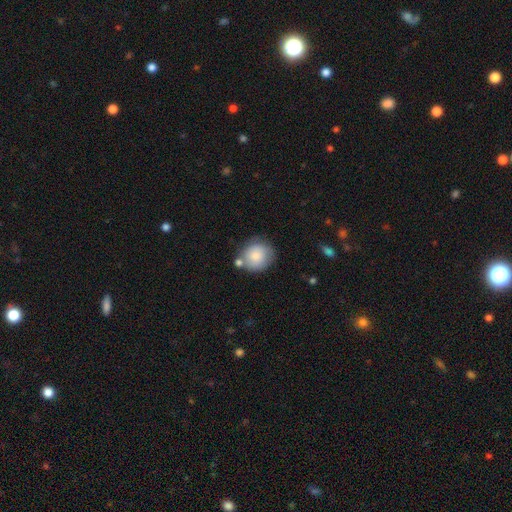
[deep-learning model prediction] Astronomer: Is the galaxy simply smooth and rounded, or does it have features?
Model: smooth — 81%.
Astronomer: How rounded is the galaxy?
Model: round — 85%.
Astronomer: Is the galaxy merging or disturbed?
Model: none — 61%.